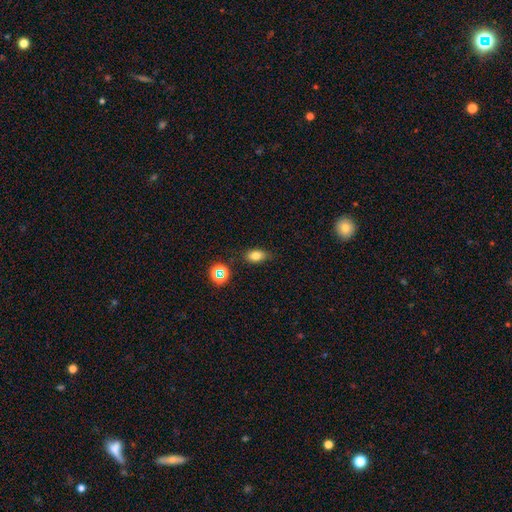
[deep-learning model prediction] smooth_or_featured: smooth (p=0.77) [alt: star or artifact p=0.14]
how_rounded: in between (p=0.80) [alt: round p=0.16]
merging: none (p=0.79) [alt: minor disturbance p=0.16]